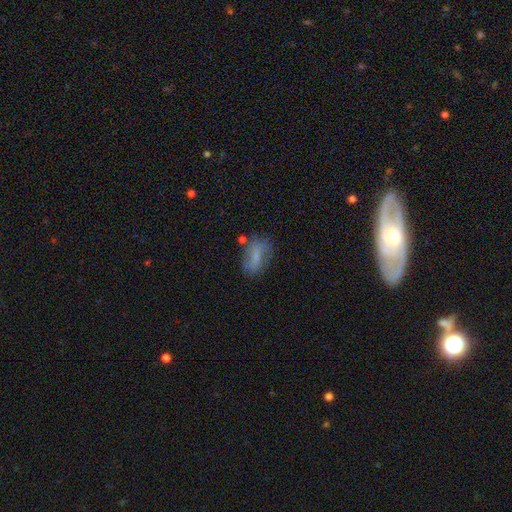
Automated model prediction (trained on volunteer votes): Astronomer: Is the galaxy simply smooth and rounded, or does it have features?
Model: smooth — 63%.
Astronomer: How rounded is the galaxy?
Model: in between — 82%.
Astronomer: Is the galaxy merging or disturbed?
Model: none — 59%.